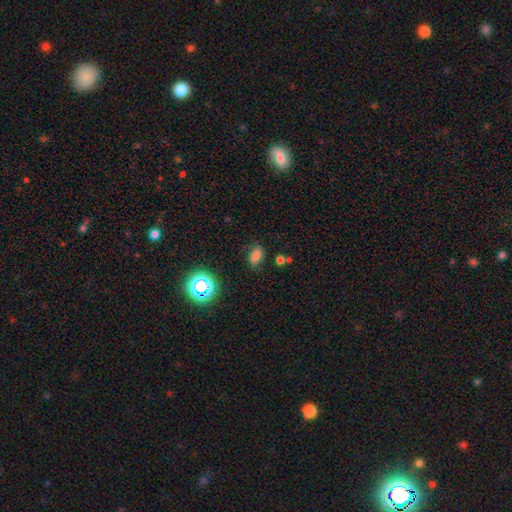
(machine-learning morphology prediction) The model was most divided on "smooth or featured": smooth: 70%, star or artifact: 21%, featured or disk: 9%. More confident: how rounded — in between (85%); merging — none (79%).